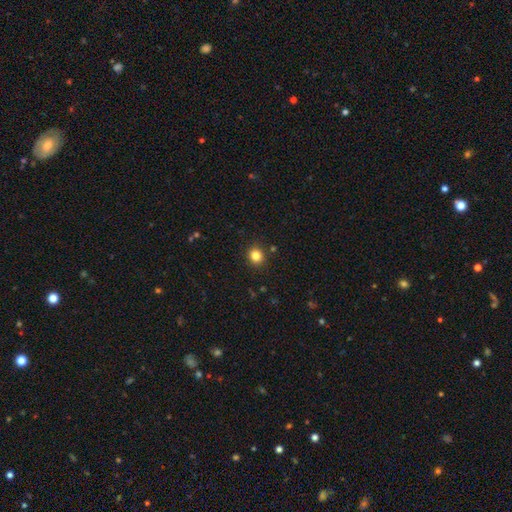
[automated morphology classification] This appears to be a smooth galaxy with no disk features (83%) that is round (86%). Merging: none (90%).